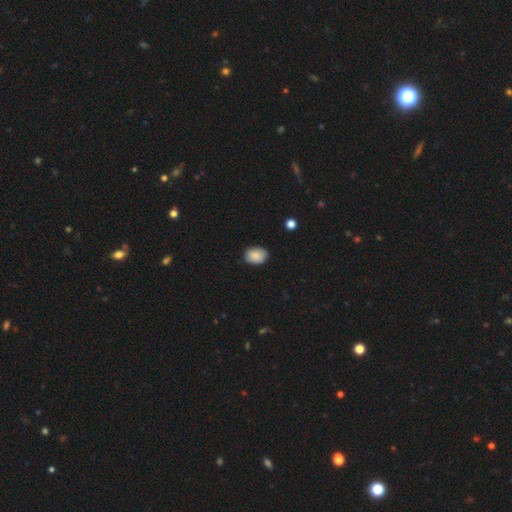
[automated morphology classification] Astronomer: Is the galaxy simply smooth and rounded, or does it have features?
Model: smooth — 88%.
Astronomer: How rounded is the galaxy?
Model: in between — 72%.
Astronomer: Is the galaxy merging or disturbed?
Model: none — 85%.